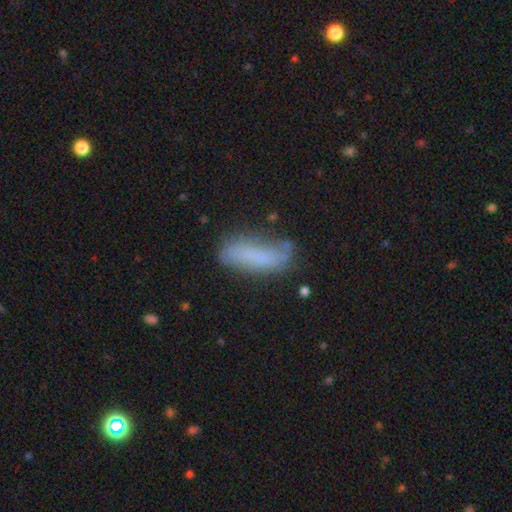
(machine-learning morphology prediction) Overall: smooth (71%). How rounded: in between (55%; cigar-shaped 43%). Merging: none (59%; minor disturbance 26%).